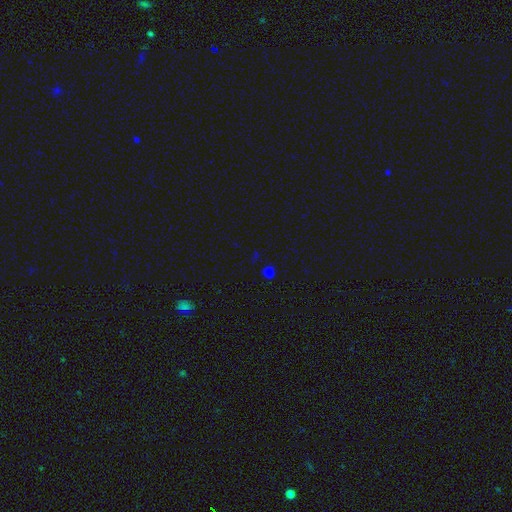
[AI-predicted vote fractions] This is possibly a smooth galaxy (49%). Merging: clearly none (81%).